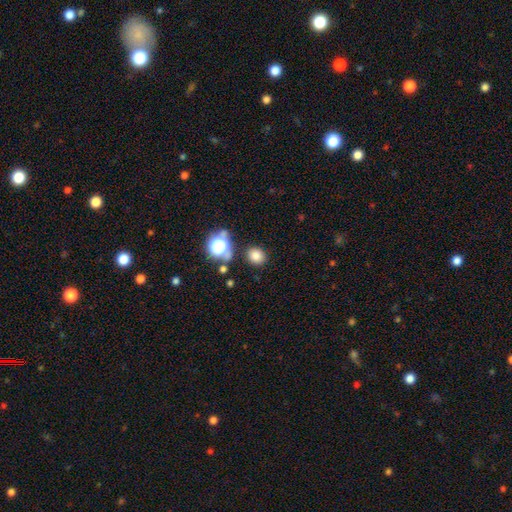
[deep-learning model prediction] Q: Smooth or featured?
A: smooth (76%); runner-up: star or artifact (18%)
Q: How rounded?
A: round (70%); runner-up: in between (29%)
Q: Merging?
A: none (82%); runner-up: minor disturbance (10%)